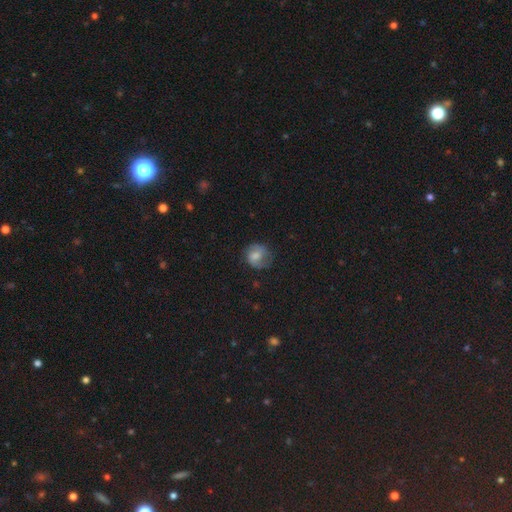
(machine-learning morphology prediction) The model was most divided on "smooth or featured": smooth: 59%, featured or disk: 32%, star or artifact: 9%. More confident: how rounded — round (75%); merging — none (64%).